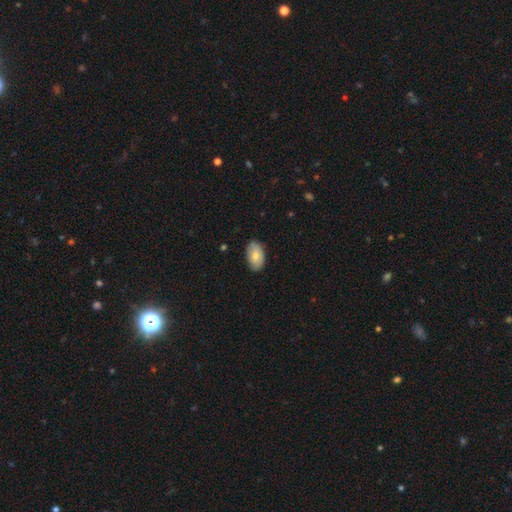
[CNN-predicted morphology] Smooth or featured? Predicted: smooth (p=0.76). How rounded? Predicted: in between (p=0.93). Merging? Predicted: none (p=0.83).